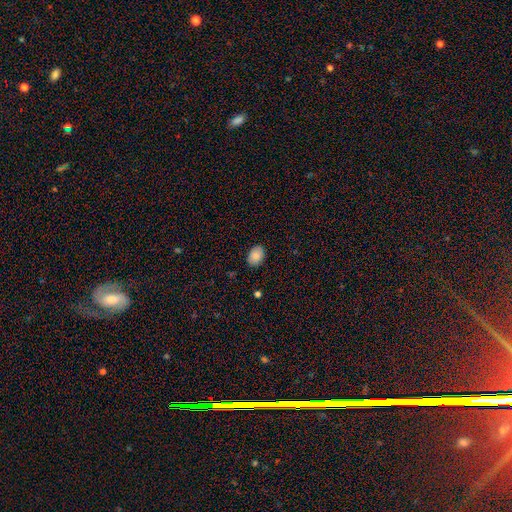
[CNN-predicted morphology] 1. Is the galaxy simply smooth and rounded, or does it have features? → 85% smooth, 8% star or artifact, 7% featured or disk.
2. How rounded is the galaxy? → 77% in between, 22% round, 1% cigar-shaped.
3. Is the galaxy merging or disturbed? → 87% none, 10% minor disturbance, 2% major disturbance, 1% merger.